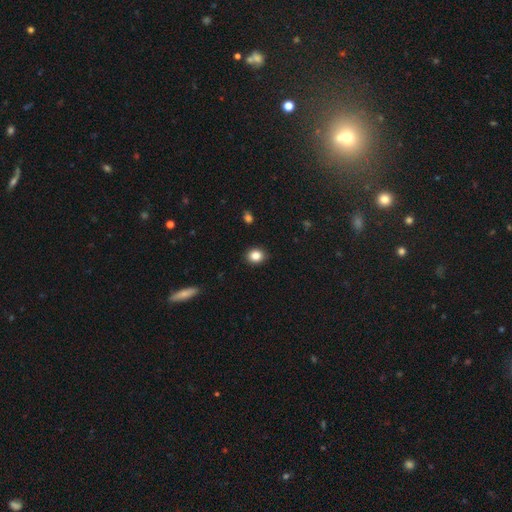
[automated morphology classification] The model was most divided on "how rounded": round: 66%, in between: 33%, cigar-shaped: 1%. More confident: merging — none (89%); smooth or featured — smooth (86%).